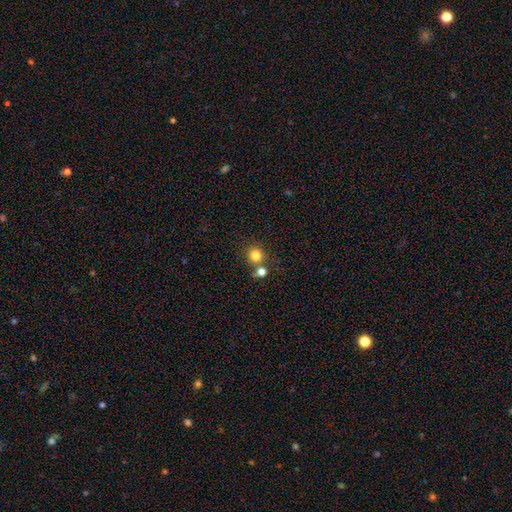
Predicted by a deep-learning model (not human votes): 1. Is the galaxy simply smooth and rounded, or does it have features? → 81% smooth, 13% star or artifact, 6% featured or disk.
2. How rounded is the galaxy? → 90% round, 9% in between, 1% cigar-shaped.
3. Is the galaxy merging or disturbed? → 68% none, 21% merger, 8% minor disturbance, 3% major disturbance.